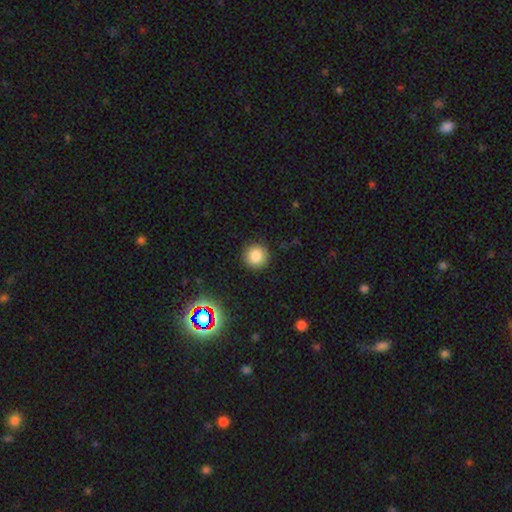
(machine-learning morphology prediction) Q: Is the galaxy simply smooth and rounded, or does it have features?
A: smooth — 83%.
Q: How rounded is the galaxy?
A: round — 94%.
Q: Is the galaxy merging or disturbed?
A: none — 91%.